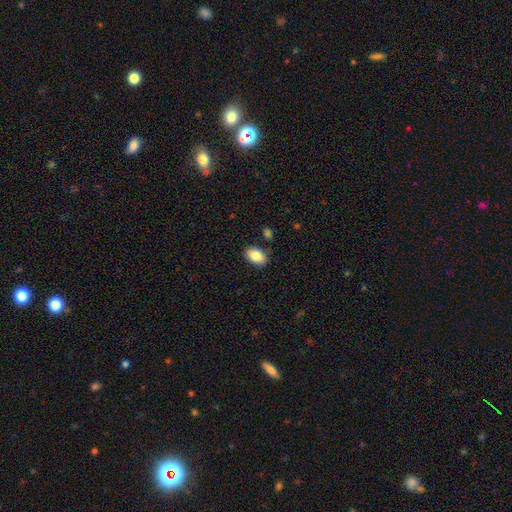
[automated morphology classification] Smooth or featured: smooth — 84% (featured or disk — 9%)
How rounded: in between — 88% (round — 11%)
Merging: none — 86% (minor disturbance — 9%)